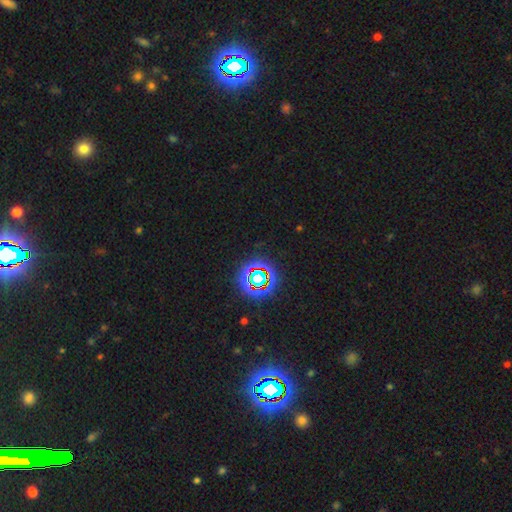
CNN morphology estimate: type=star or artifact (75%).